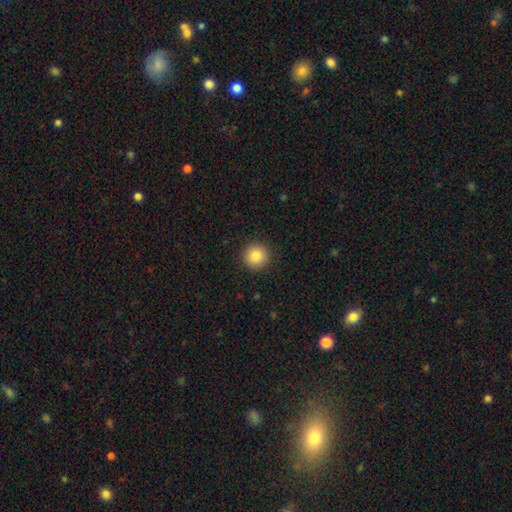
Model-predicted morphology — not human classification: Overall: smooth (86%). How rounded: round (95%). Merging: none (92%).